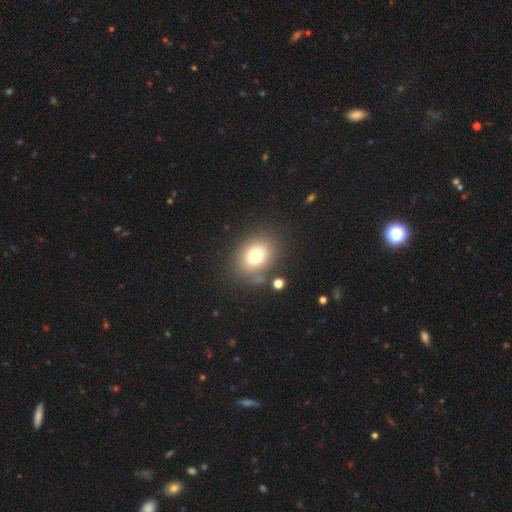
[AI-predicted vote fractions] Morphology: type=smooth (76%); roundness=in between (56%); merging=none (75%).